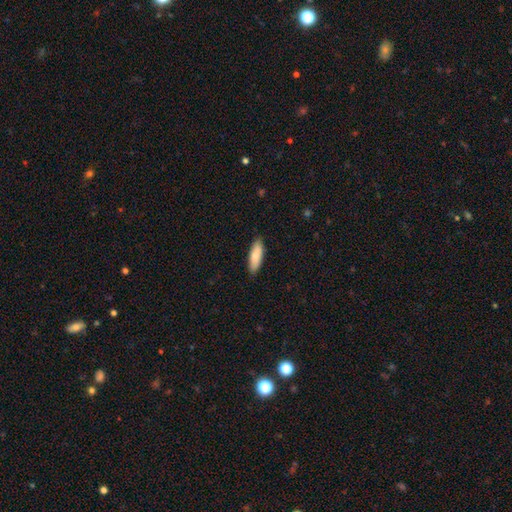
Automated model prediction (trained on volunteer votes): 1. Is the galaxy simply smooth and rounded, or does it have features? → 84% smooth, 11% featured or disk, 5% star or artifact.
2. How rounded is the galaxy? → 53% in between, 45% cigar-shaped, 2% round.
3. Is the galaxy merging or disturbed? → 88% none, 9% minor disturbance, 2% major disturbance, 1% merger.